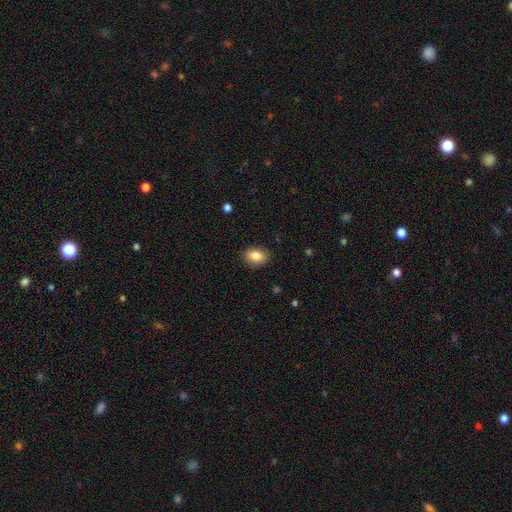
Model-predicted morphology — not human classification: smooth_or_featured: smooth (p=0.85) [alt: star or artifact p=0.08]
how_rounded: in between (p=0.80) [alt: round p=0.18]
merging: none (p=0.87) [alt: minor disturbance p=0.09]